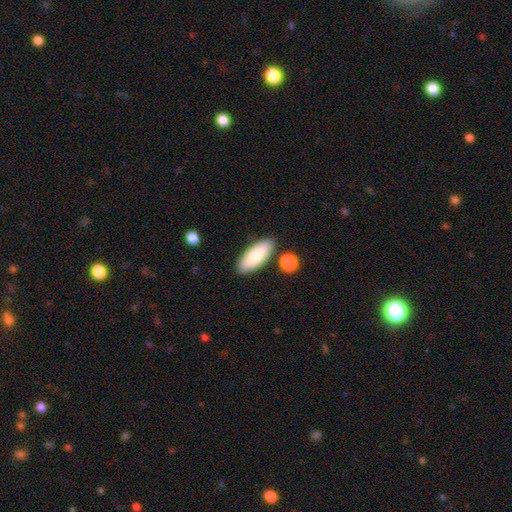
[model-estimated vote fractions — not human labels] Smooth or featured? smooth (79%)
How rounded? in between (79%)
Merging? none (83%)